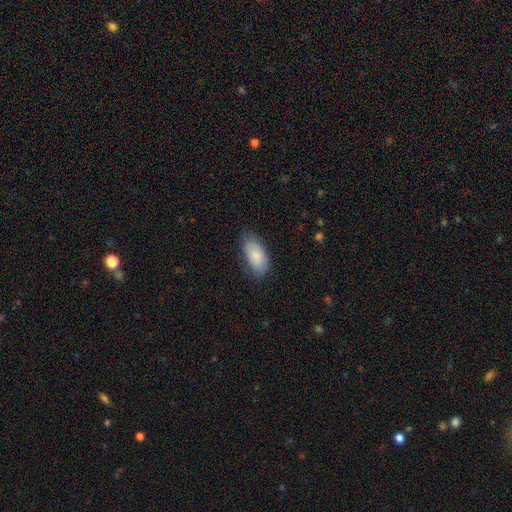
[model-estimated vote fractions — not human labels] Smooth or featured? Predicted: smooth (p=0.84). How rounded? Predicted: in between (p=0.93). Merging? Predicted: none (p=0.74).